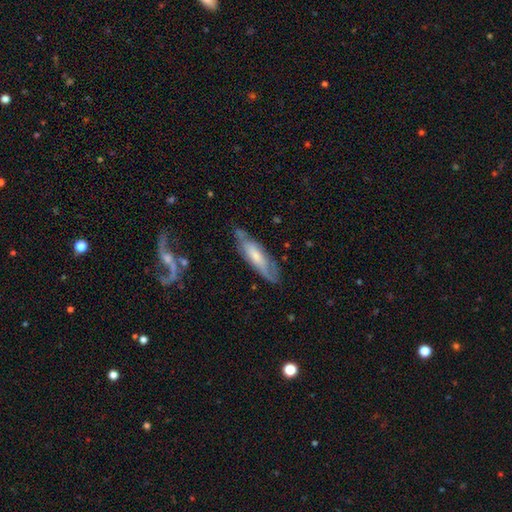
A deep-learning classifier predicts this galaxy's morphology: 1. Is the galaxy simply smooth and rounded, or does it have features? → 52% featured or disk, 42% smooth, 6% star or artifact.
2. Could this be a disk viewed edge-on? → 60% no, 40% yes.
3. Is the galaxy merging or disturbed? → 69% none, 22% minor disturbance, 7% major disturbance, 3% merger.